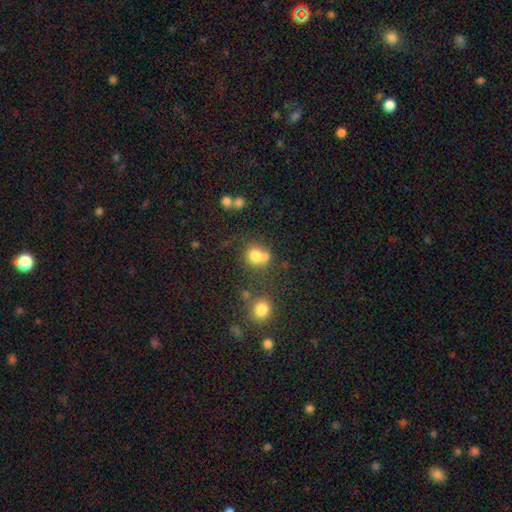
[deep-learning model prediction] This appears to be a smooth galaxy with no disk features (75%) that is round (79%). Merging: none (43%).